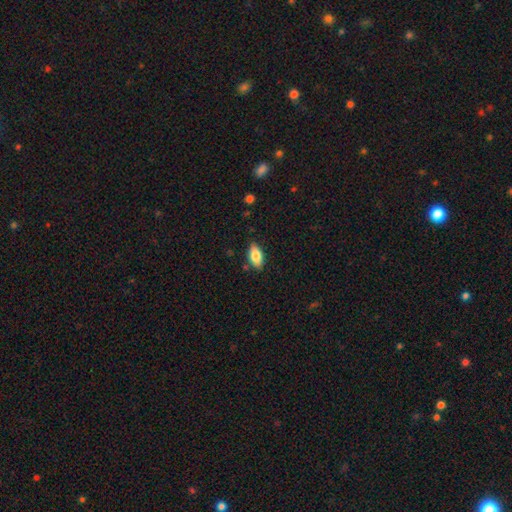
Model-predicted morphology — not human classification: Q: Smooth or featured?
A: smooth (81%); runner-up: featured or disk (12%)
Q: How rounded?
A: in between (90%); runner-up: cigar-shaped (7%)
Q: Merging?
A: none (83%); runner-up: minor disturbance (13%)